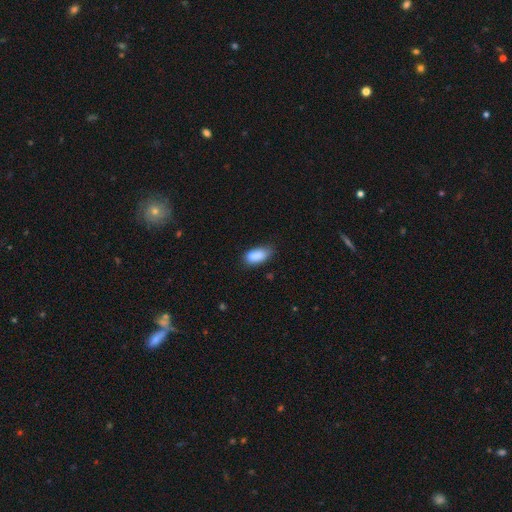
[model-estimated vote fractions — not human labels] A smooth galaxy with no disk features (87%) that is in between round and cigar-shaped (90%).

Vote fractions:
- Smooth or featured? smooth: 87% / star or artifact: 8% / featured or disk: 5%
- How rounded? in between: 90% / cigar-shaped: 7% / round: 4%
- Merging? none: 60% / minor disturbance: 32% / major disturbance: 6% / merger: 2%